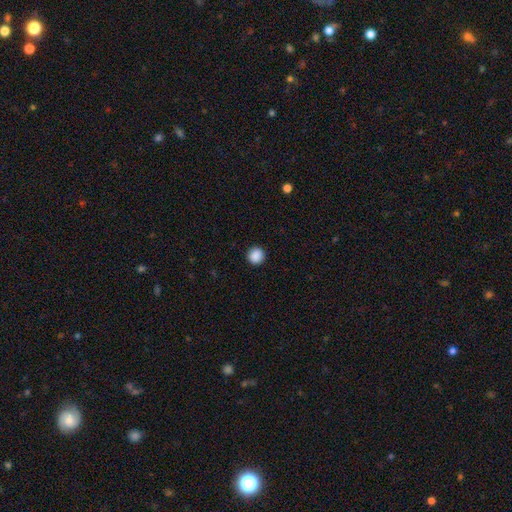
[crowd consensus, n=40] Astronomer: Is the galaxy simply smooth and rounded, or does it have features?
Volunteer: smooth — 92%.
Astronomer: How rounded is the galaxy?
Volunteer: round — 92%.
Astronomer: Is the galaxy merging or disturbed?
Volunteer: none — 100%.